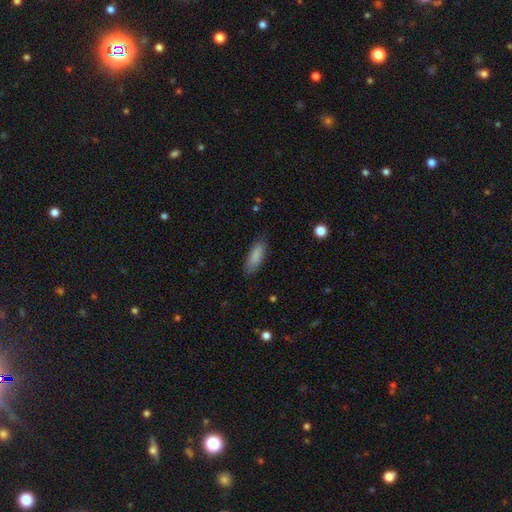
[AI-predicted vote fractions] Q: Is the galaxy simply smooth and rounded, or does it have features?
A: smooth — 87%.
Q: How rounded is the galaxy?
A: in between — 62%.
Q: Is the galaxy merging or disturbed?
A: none — 84%.